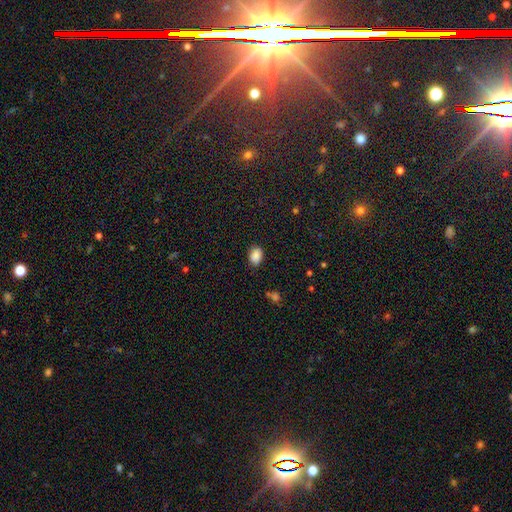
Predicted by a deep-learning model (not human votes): Q: Smooth or featured?
A: smooth (87%); runner-up: star or artifact (9%)
Q: How rounded?
A: in between (77%); runner-up: round (22%)
Q: Merging?
A: none (82%); runner-up: minor disturbance (13%)